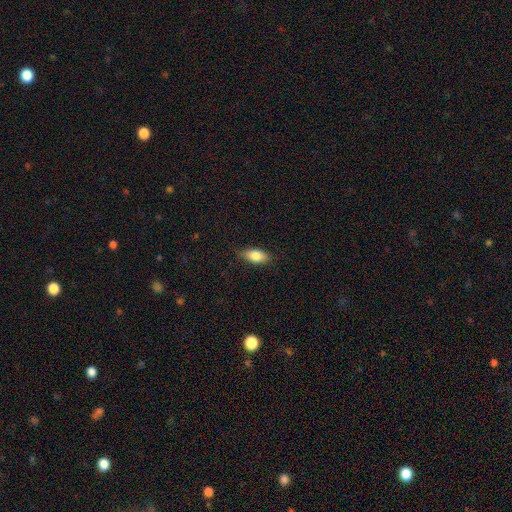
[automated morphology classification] smooth_or_featured: smooth (p=0.83) [alt: featured or disk p=0.10]
how_rounded: in between (p=0.87) [alt: cigar-shaped p=0.09]
merging: none (p=0.84) [alt: minor disturbance p=0.13]